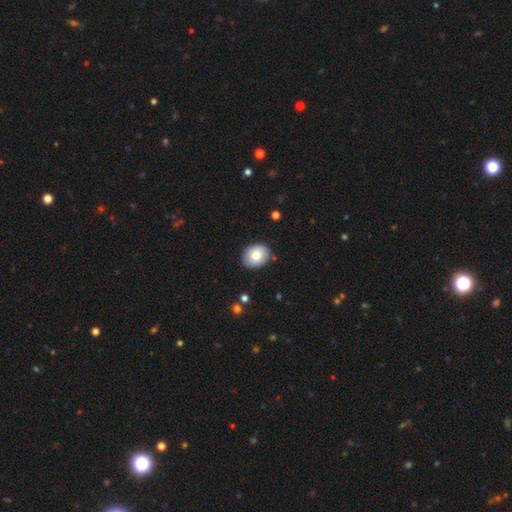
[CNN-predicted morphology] Smooth or featured? Predicted: smooth (p=0.82). How rounded? Predicted: round (p=0.50). Merging? Predicted: none (p=0.84).